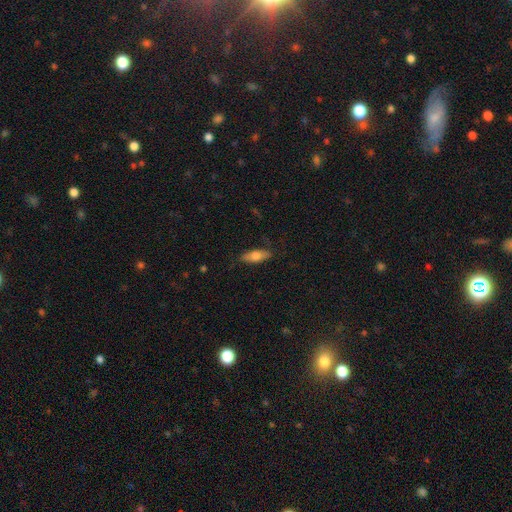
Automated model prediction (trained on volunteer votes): Morphology: type=smooth (69%); roundness=in between (66%); merging=none (82%).